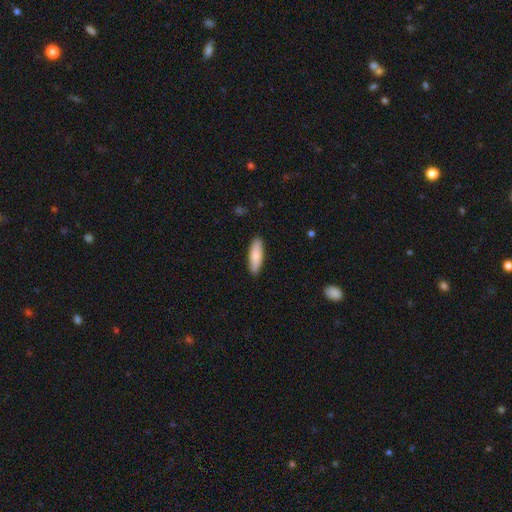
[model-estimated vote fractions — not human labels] Smooth or featured? smooth (84%)
How rounded? in between (50%)
Merging? none (89%)